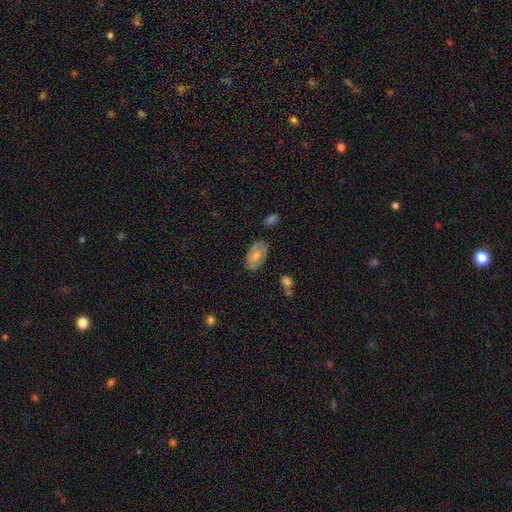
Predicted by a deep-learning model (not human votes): Smooth or featured? smooth (60%)
How rounded? in between (92%)
Merging? none (72%)